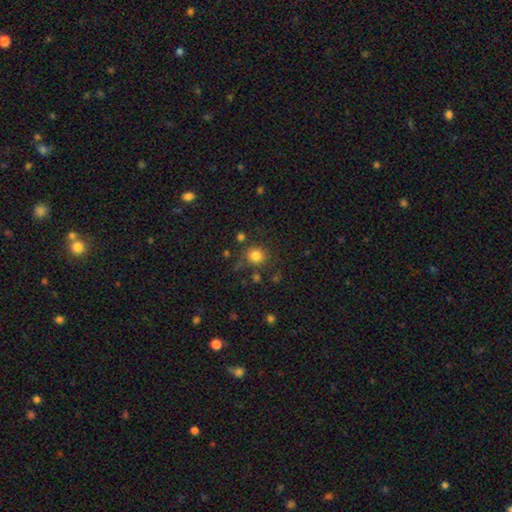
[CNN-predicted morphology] This appears to be a smooth galaxy with no disk features (82%) that is round (89%). Merging: none (79%).